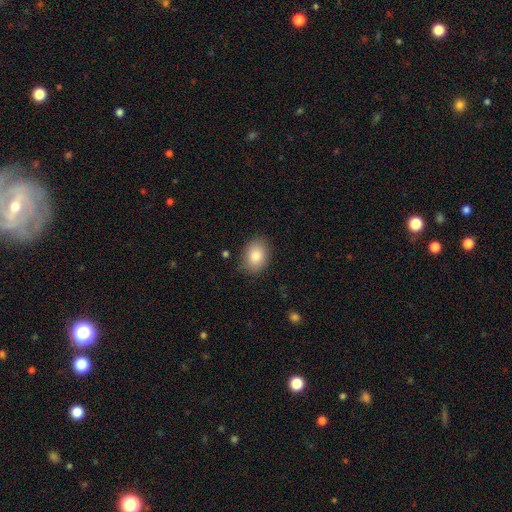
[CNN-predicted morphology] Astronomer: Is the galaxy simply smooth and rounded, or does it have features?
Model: smooth — 85%.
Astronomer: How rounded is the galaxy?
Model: in between — 73%.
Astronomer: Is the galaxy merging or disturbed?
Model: none — 83%.